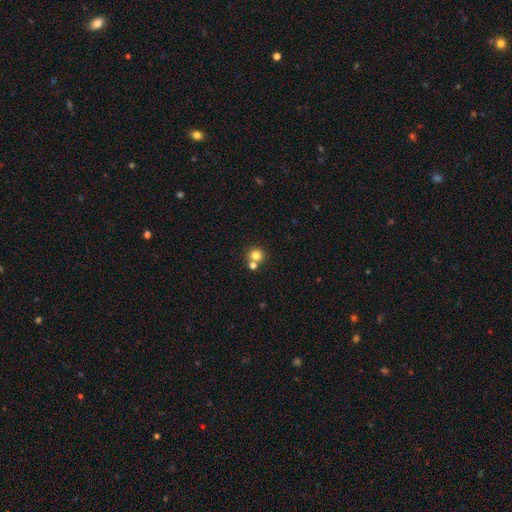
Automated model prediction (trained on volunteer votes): smooth 79%, star or artifact 13%, featured or disk 9%. Down the decision tree: how rounded — round (90%); merging — none (61%).